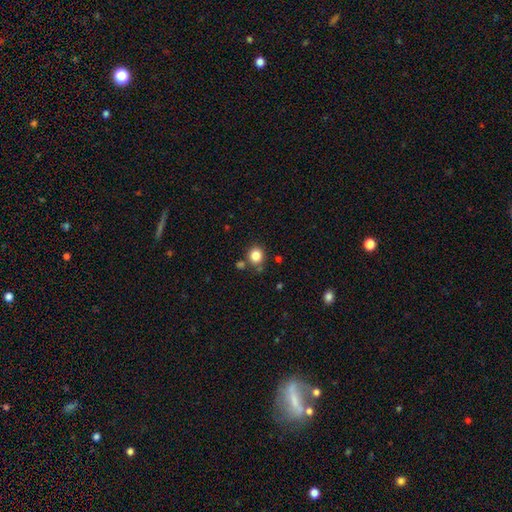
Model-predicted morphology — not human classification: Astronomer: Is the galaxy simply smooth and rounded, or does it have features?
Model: smooth — 83%.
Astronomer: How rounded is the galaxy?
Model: round — 83%.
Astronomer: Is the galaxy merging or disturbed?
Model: none — 78%.